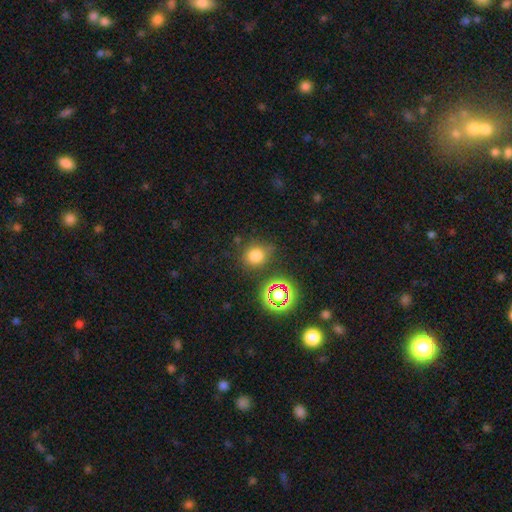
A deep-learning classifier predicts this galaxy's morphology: type=smooth (72%); roundness=round (80%); merging=none (75%).